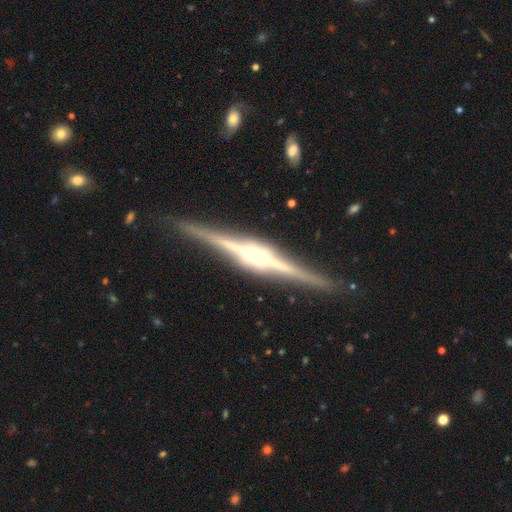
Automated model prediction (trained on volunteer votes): Overall: featured or disk (90%). Edge-on disk: yes (99%). Edge-on bulge: rounded (68%). Merging: none (90%).